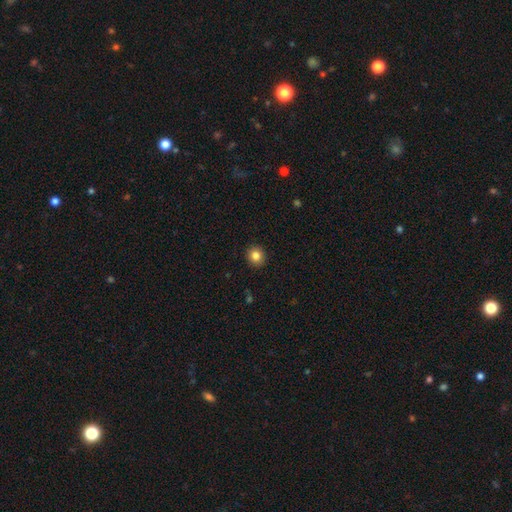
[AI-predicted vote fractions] Overall: smooth (84%). How rounded: round (88%). Merging: none (92%).